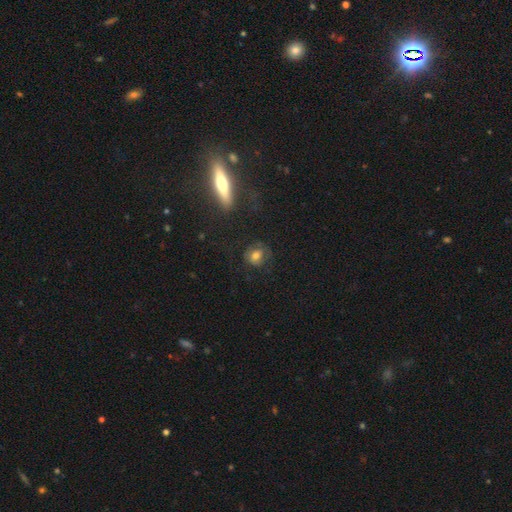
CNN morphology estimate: smooth 65%, featured or disk 23%, star or artifact 12%. Down the decision tree: how rounded — round (68%); merging — none (67%).